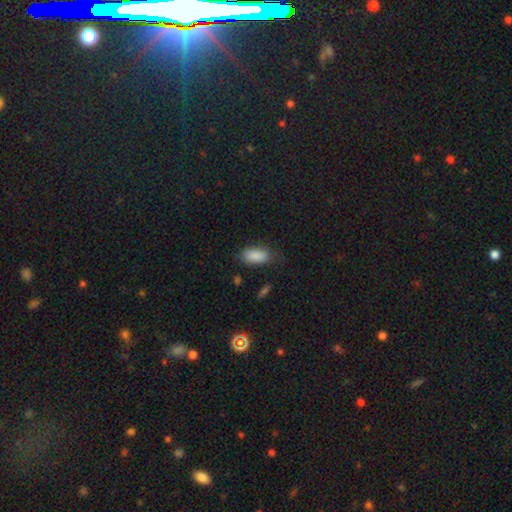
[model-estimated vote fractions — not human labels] Smooth or featured? smooth (87%)
How rounded? in between (90%)
Merging? none (71%)